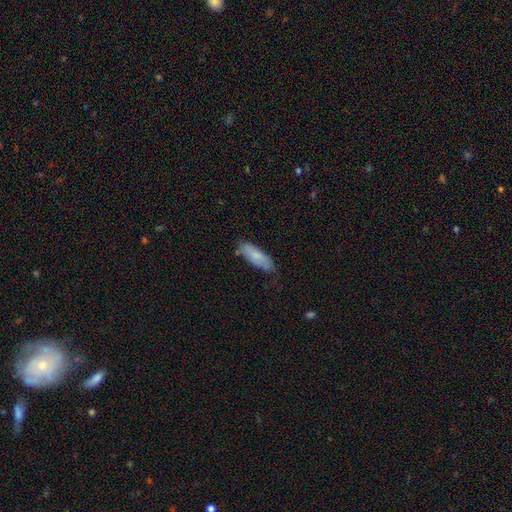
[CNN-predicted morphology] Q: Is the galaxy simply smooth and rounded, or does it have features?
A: smooth — 77%.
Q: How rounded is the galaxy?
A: in between — 59%.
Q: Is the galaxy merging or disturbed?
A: none — 67%.